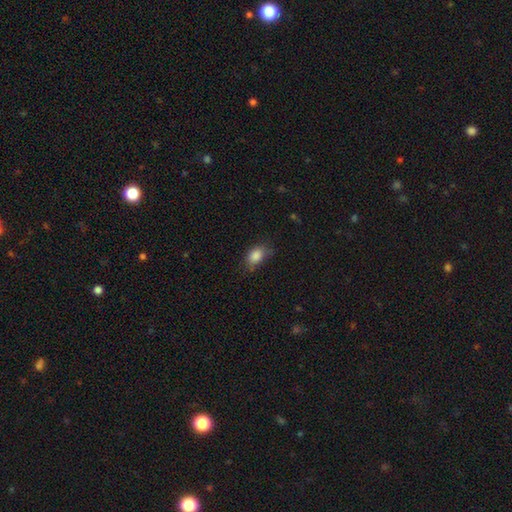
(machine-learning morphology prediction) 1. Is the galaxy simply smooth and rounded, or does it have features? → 85% smooth, 9% star or artifact, 6% featured or disk.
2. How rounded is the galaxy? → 82% in between, 16% round, 2% cigar-shaped.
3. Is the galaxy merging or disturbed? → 65% none, 26% minor disturbance, 7% major disturbance, 2% merger.